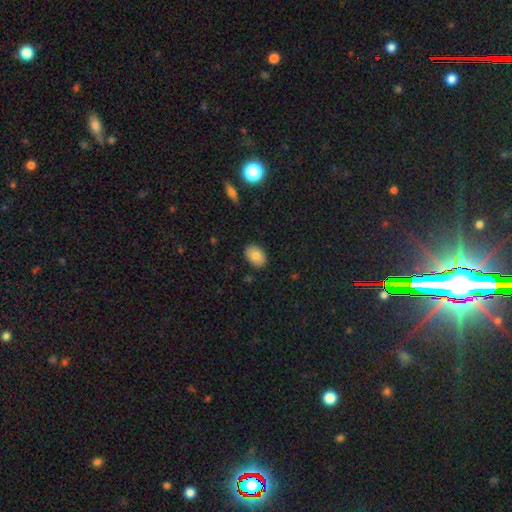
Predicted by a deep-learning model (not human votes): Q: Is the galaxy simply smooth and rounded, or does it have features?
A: smooth — 83%.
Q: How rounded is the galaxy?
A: in between — 85%.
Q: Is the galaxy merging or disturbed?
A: none — 88%.